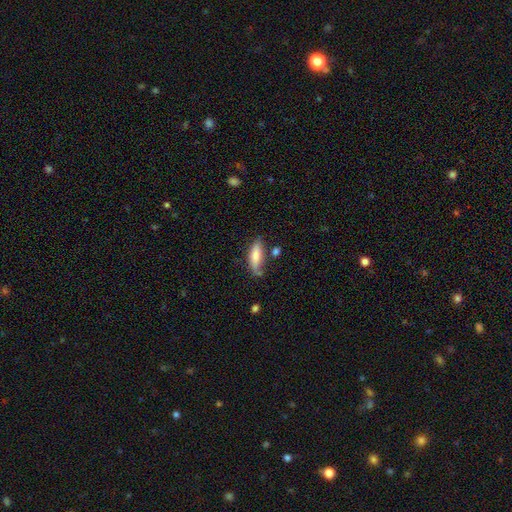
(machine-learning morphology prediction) This is likely a smooth galaxy (76%). How rounded: possibly in between (54%). Merging: likely none (61%).